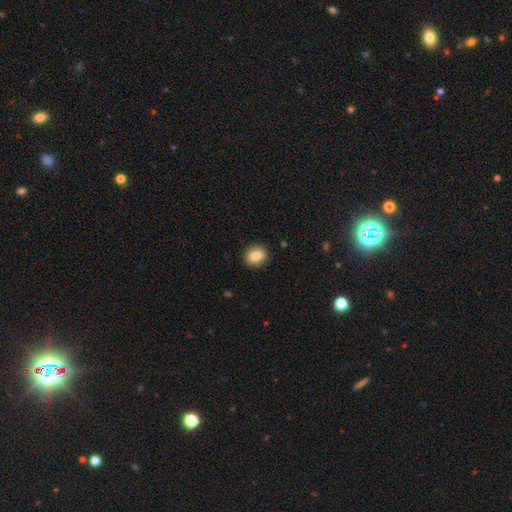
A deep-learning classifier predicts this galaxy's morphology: smooth_or_featured: smooth (p=0.84) [alt: star or artifact p=0.08]
how_rounded: round (p=0.59) [alt: in between p=0.40]
merging: none (p=0.89) [alt: minor disturbance p=0.08]